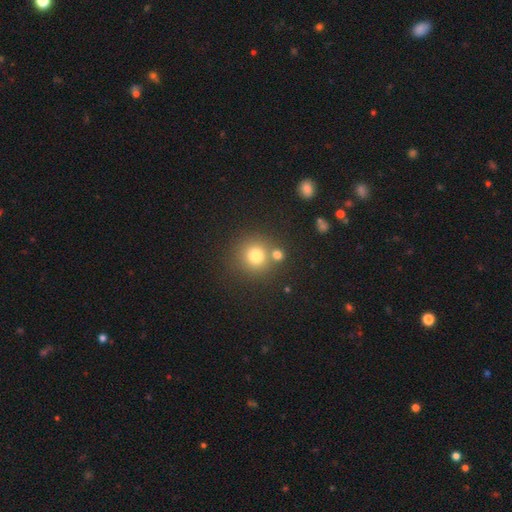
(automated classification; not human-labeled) The model was most divided on "merging": none: 70%, merger: 19%, minor disturbance: 8%, major disturbance: 3%. More confident: how rounded — round (92%); smooth or featured — smooth (76%).